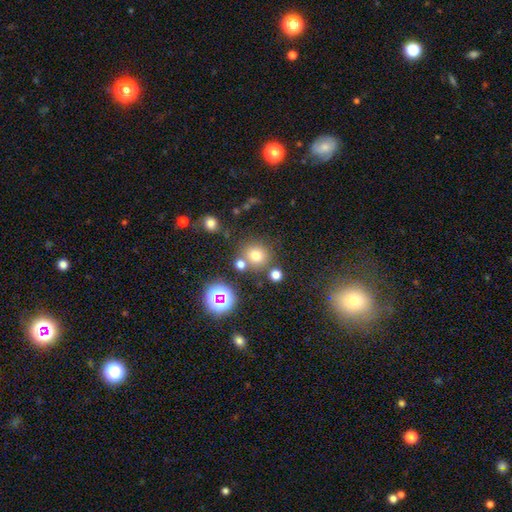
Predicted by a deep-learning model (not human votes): A smooth galaxy with no disk features (71%) that is round (87%).

Vote fractions:
- Smooth or featured? smooth: 71% / star or artifact: 21% / featured or disk: 9%
- How rounded? round: 87% / in between: 12% / cigar-shaped: 1%
- Merging? none: 70% / merger: 15% / minor disturbance: 10% / major disturbance: 4%